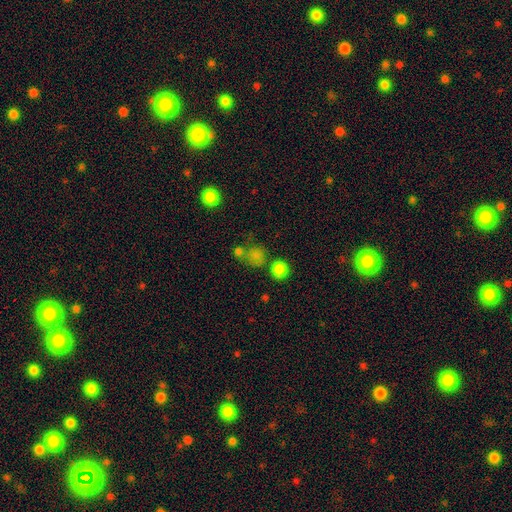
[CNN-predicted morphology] Overall: smooth (74%). How rounded: round (82%). Merging: none (58%; merger 20%).